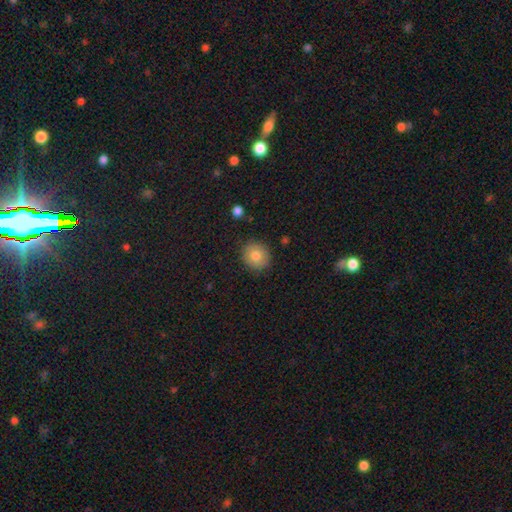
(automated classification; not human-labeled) A smooth galaxy with no disk features (79%) that is round (87%). Merging: none (89%).